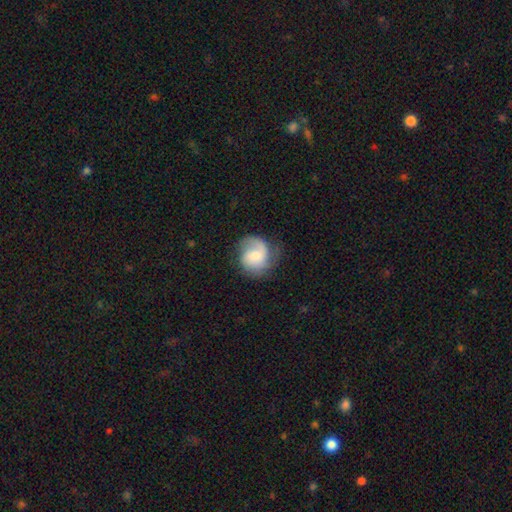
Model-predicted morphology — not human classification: The model was most divided on "bulge size": moderate: 46%, small: 39%, large: 8%, none: 5%, dominant: 2%. Remaining: edge-on disk — no (98%); spiral arms — yes (92%); merging — none (65%); bar — no (61%); smooth or featured — featured or disk (61%); spiral arm count — 2 (59%); spiral winding — medium (44%).